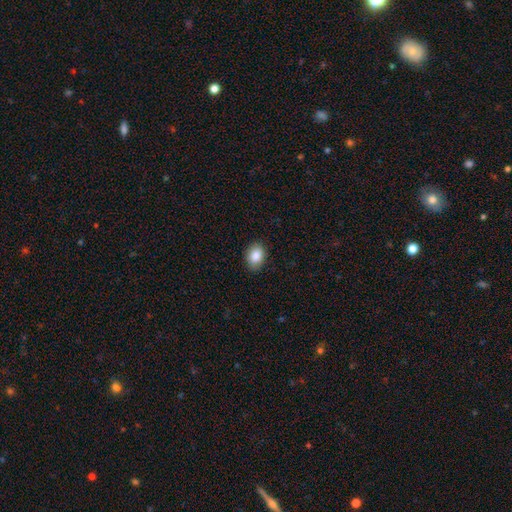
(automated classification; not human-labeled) Smooth or featured? smooth (86%)
How rounded? in between (77%)
Merging? none (89%)